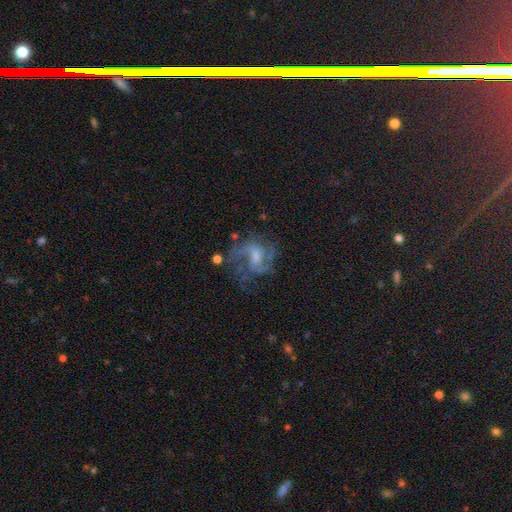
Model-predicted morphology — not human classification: Q: Smooth or featured?
A: featured or disk (80%); runner-up: smooth (10%)
Q: Edge-on disk?
A: no (97%); runner-up: yes (3%)
Q: Bar?
A: weak (51%); runner-up: no (36%)
Q: Spiral arms?
A: yes (91%); runner-up: no (9%)
Q: Spiral winding?
A: medium (52%); runner-up: loose (27%)
Q: Spiral arm count?
A: 2 (43%); runner-up: 3 (21%)
Q: Bulge size?
A: moderate (41%); runner-up: small (39%)
Q: Merging?
A: none (55%); runner-up: major disturbance (23%)